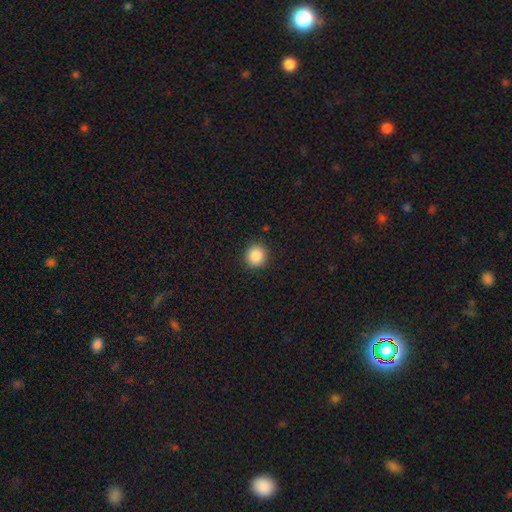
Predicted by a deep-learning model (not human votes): Q: Smooth or featured?
A: smooth (87%); runner-up: star or artifact (9%)
Q: How rounded?
A: round (90%); runner-up: in between (9%)
Q: Merging?
A: none (91%); runner-up: minor disturbance (6%)